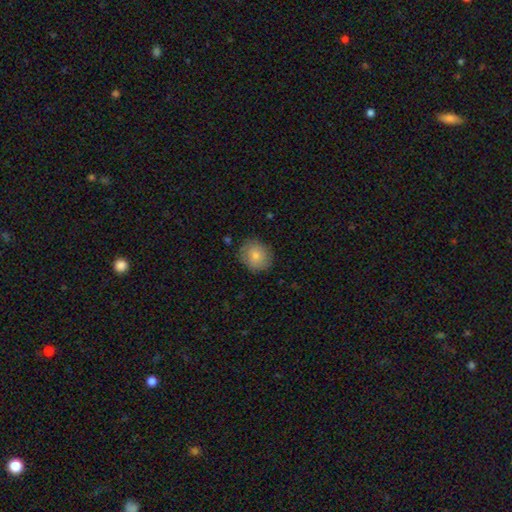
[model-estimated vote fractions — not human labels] Q: Smooth or featured?
A: smooth (76%); runner-up: featured or disk (16%)
Q: How rounded?
A: round (74%); runner-up: in between (25%)
Q: Merging?
A: none (81%); runner-up: minor disturbance (14%)